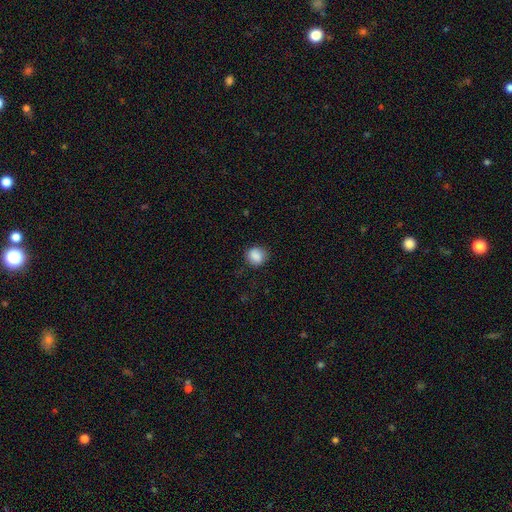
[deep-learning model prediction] A smooth galaxy with no disk features (87%) that is round (75%). Merging: none (79%).